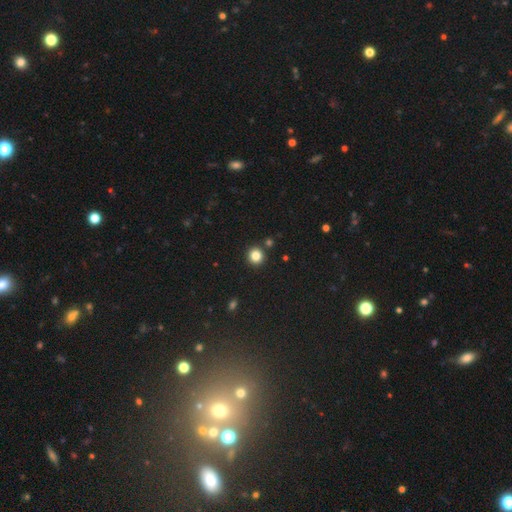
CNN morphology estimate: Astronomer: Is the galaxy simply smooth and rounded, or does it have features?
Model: smooth — 84%.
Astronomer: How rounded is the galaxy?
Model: round — 92%.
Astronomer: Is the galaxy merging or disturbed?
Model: none — 89%.